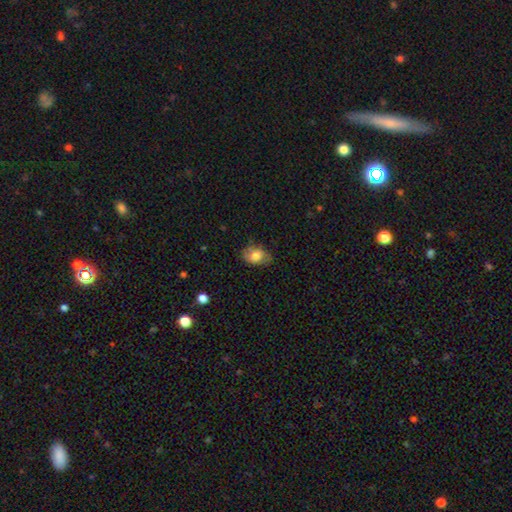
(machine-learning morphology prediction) smooth_or_featured: smooth (p=0.65) [alt: featured or disk p=0.26]
how_rounded: in between (p=0.80) [alt: round p=0.19]
merging: none (p=0.70) [alt: minor disturbance p=0.22]